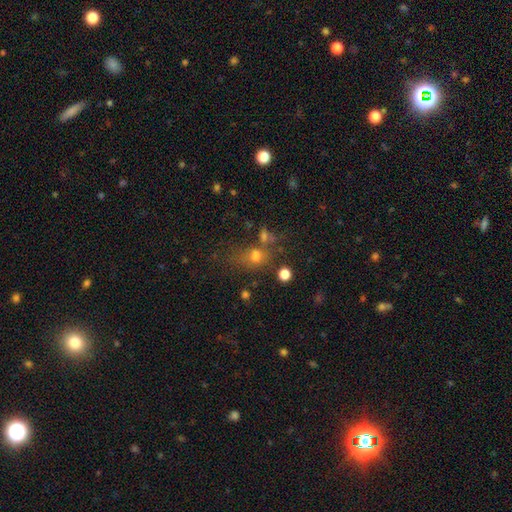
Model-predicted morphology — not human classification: Smooth or featured?
  - smooth: 63% *
  - star or artifact: 23%
  - featured or disk: 14%
How rounded?
  - round: 53% *
  - in between: 45%
  - cigar-shaped: 3%
Merging?
  - none: 49% *
  - merger: 23%
  - minor disturbance: 16%
  - major disturbance: 12%